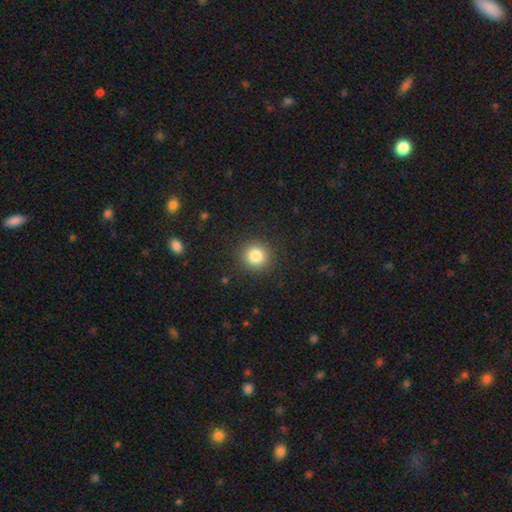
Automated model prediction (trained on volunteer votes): smooth-or-featured: smooth: 83% | star or artifact: 11% | featured or disk: 6%
  how-rounded: round: 92% | in between: 7% | cigar-shaped: 1%
  merging: none: 90% | minor disturbance: 6% | major disturbance: 2% | merger: 1%